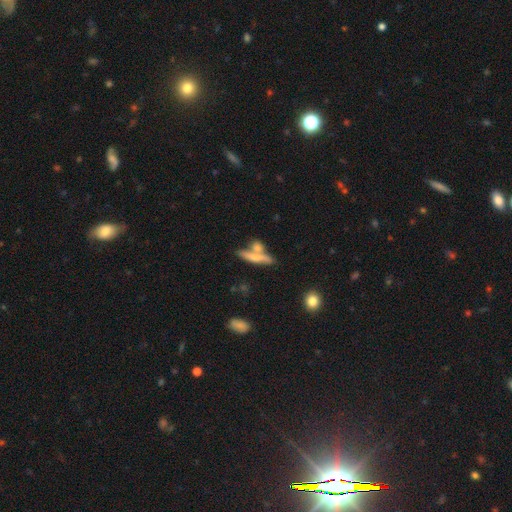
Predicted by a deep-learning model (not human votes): Q: Smooth or featured?
A: smooth (54%); runner-up: featured or disk (38%)
Q: How rounded?
A: cigar-shaped (77%); runner-up: in between (18%)
Q: Merging?
A: none (53%); runner-up: merger (32%)